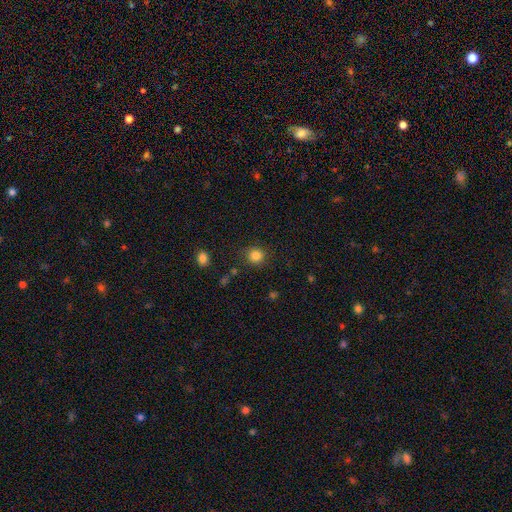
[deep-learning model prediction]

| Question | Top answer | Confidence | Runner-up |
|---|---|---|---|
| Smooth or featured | smooth | 83% | star or artifact (12%) |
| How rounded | round | 88% | in between (11%) |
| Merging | none | 86% | minor disturbance (9%) |